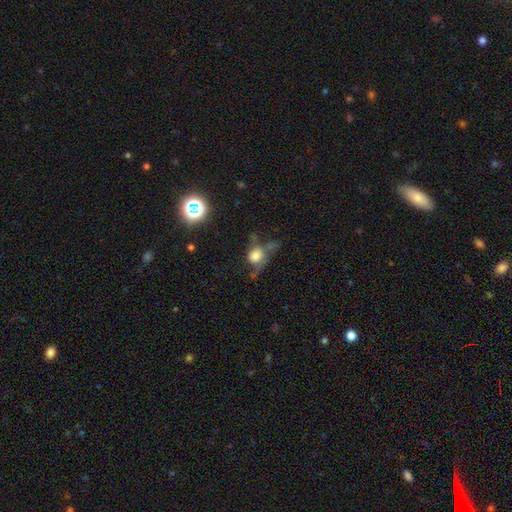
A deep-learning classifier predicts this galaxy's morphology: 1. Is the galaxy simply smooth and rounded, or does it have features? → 56% smooth, 29% featured or disk, 15% star or artifact.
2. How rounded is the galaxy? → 56% round, 41% in between, 3% cigar-shaped.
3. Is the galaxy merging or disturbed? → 37% major disturbance, 29% none, 22% minor disturbance, 12% merger.